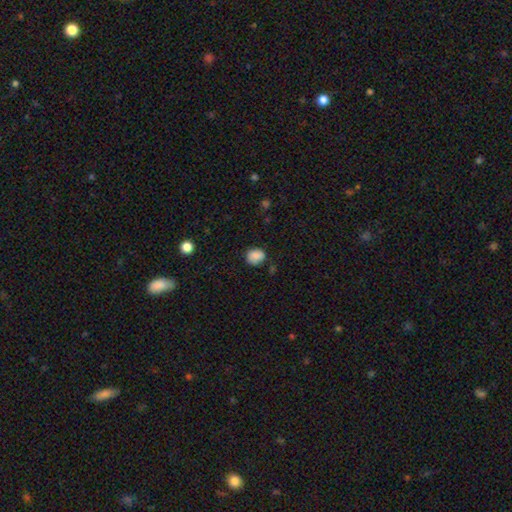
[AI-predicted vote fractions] smooth-or-featured: smooth: 85% | star or artifact: 9% | featured or disk: 5%
  how-rounded: round: 60% | in between: 39% | cigar-shaped: 1%
  merging: none: 74% | minor disturbance: 20% | major disturbance: 4% | merger: 2%